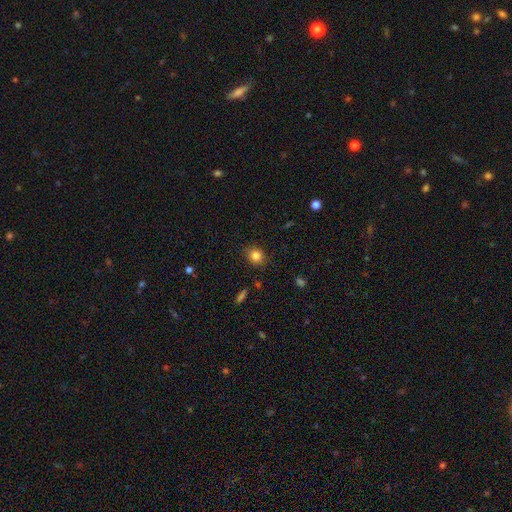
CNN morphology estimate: smooth_or_featured: smooth (p=0.83) [alt: star or artifact p=0.11]
how_rounded: round (p=0.69) [alt: in between p=0.30]
merging: none (p=0.86) [alt: minor disturbance p=0.10]